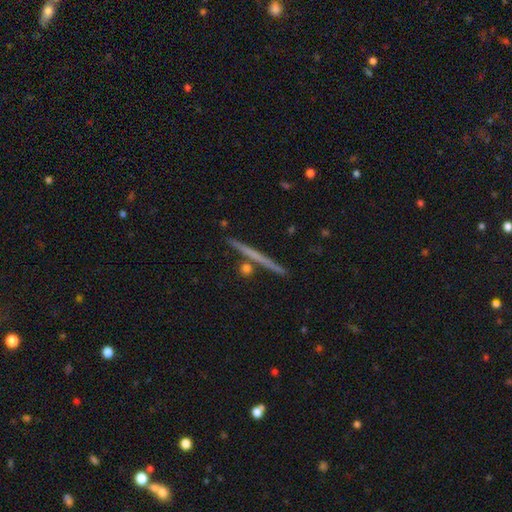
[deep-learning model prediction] Q: Smooth or featured?
A: featured or disk (59%); runner-up: smooth (34%)
Q: Edge-on disk?
A: yes (98%); runner-up: no (2%)
Q: Edge-on bulge?
A: none (83%); runner-up: rounded (14%)
Q: Merging?
A: none (89%); runner-up: minor disturbance (6%)